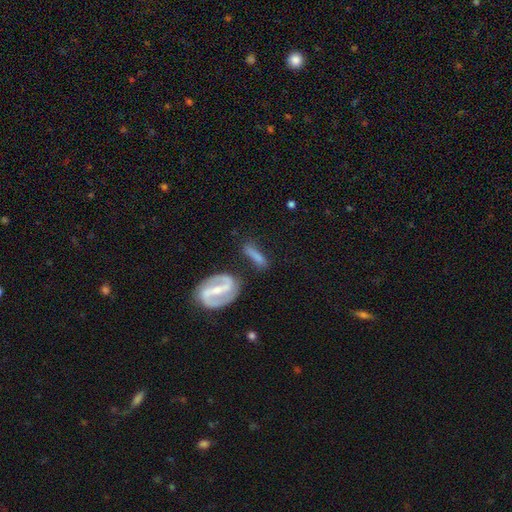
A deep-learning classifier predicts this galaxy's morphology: Smooth or featured? Predicted: smooth (p=0.50). How rounded? Predicted: cigar-shaped (p=0.66). Merging? Predicted: none (p=0.63).